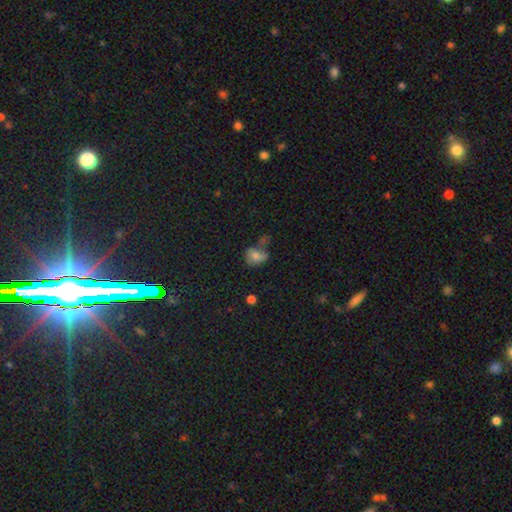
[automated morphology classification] This appears to be a smooth galaxy with no disk features (67%) that is in between round and cigar-shaped (53%). Merging: none (34%).